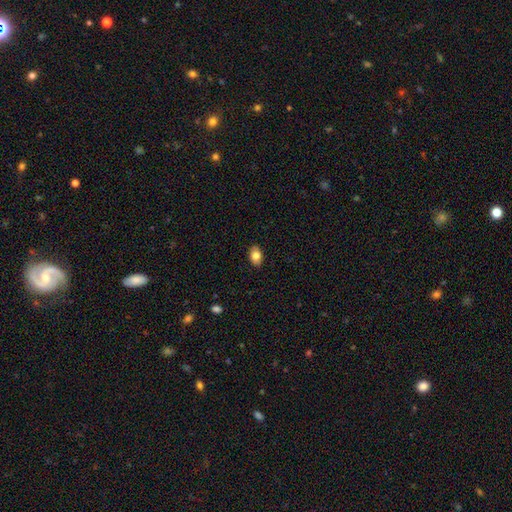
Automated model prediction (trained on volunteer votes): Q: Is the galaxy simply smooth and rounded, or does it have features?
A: smooth — 81%.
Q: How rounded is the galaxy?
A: in between — 87%.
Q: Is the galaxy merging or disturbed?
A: none — 88%.